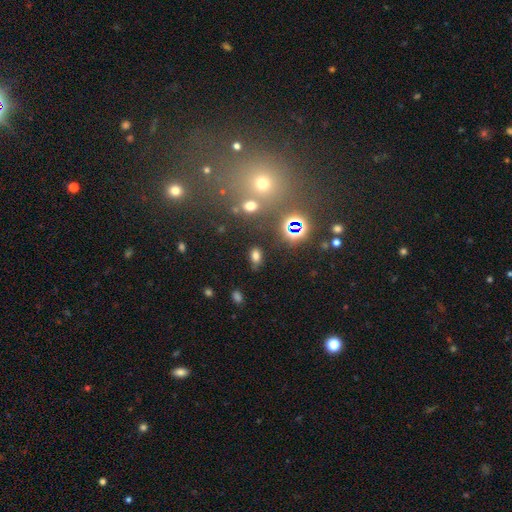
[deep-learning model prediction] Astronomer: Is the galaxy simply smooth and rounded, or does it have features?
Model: smooth — 66%.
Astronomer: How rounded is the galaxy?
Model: in between — 86%.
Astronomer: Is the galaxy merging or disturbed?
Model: none — 76%.